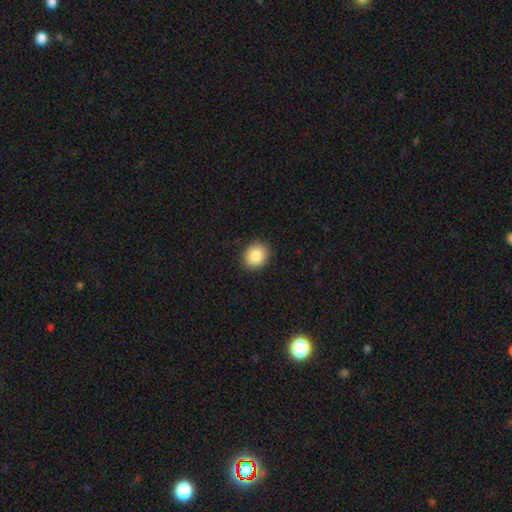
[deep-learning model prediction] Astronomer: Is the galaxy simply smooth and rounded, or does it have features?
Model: smooth — 86%.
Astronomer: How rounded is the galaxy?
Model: round — 66%.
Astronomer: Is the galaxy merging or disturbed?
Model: none — 91%.